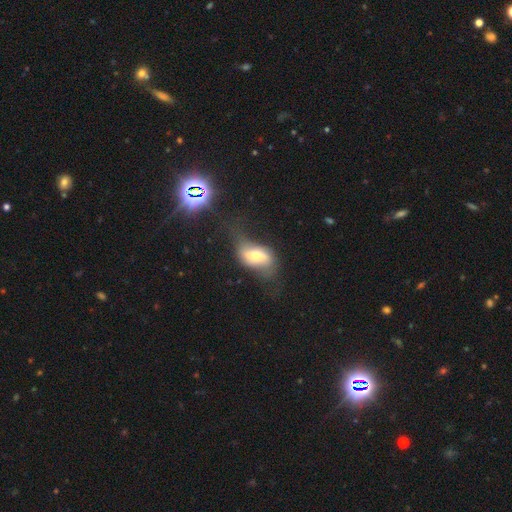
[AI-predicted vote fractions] This is possibly a smooth galaxy (49%). Merging: marginally none (37%).